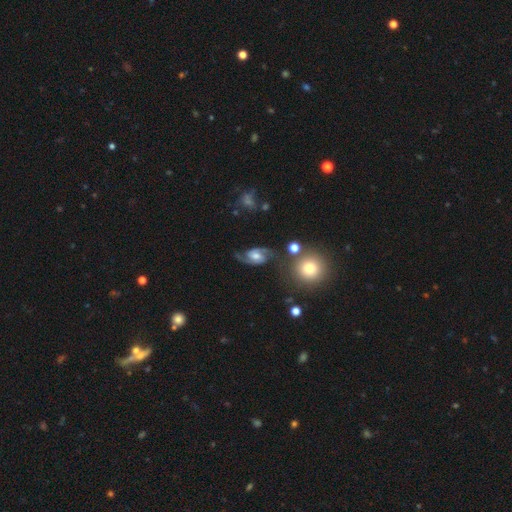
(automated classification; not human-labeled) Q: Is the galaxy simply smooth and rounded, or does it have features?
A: featured or disk — 82%.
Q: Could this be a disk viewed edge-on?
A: no — 97%.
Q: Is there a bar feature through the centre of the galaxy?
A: weak — 46%.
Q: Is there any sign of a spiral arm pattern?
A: yes — 96%.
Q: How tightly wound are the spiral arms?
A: medium — 49%.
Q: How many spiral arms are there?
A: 2 — 92%.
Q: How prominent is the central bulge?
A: moderate — 54%.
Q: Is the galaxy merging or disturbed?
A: none — 69%.